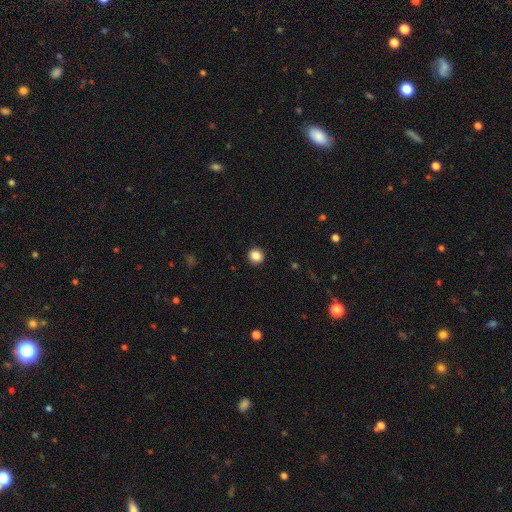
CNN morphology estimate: smooth_or_featured: smooth (p=0.85) [alt: star or artifact p=0.10]
how_rounded: round (p=0.92) [alt: in between p=0.07]
merging: none (p=0.93) [alt: minor disturbance p=0.05]